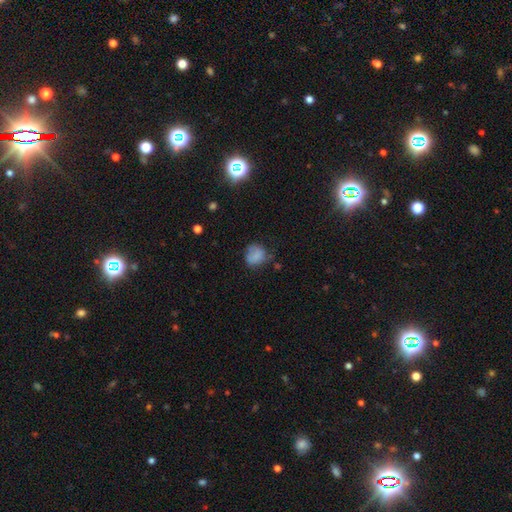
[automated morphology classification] Smooth or featured? Predicted: smooth (p=0.76). How rounded? Predicted: round (p=0.73). Merging? Predicted: none (p=0.54).